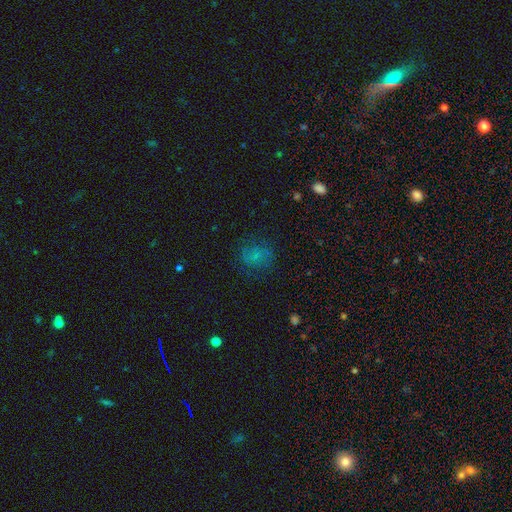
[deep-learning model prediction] smooth 62%, featured or disk 20%, star or artifact 19%. Down the decision tree: how rounded — round (65%); merging — none (69%).